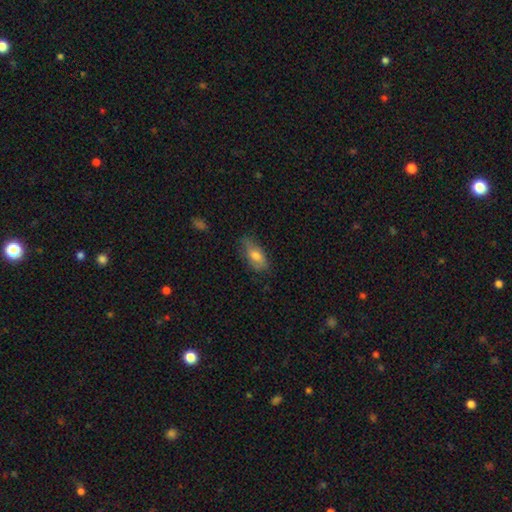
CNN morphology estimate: Smooth or featured? Predicted: smooth (p=0.71). How rounded? Predicted: in between (p=0.83). Merging? Predicted: none (p=0.65).